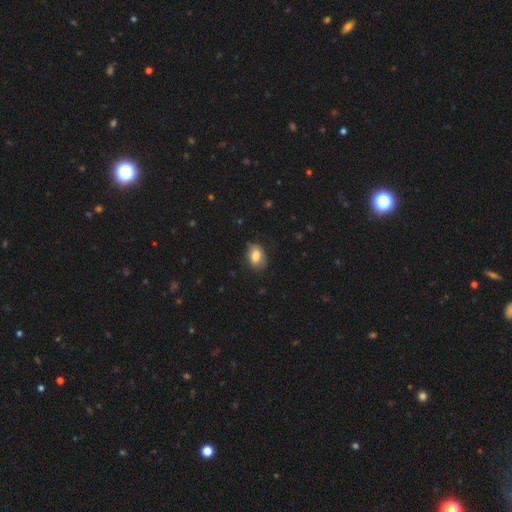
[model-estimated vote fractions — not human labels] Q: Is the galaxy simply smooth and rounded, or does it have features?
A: smooth — 80%.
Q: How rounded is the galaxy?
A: in between — 81%.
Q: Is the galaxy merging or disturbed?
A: none — 72%.